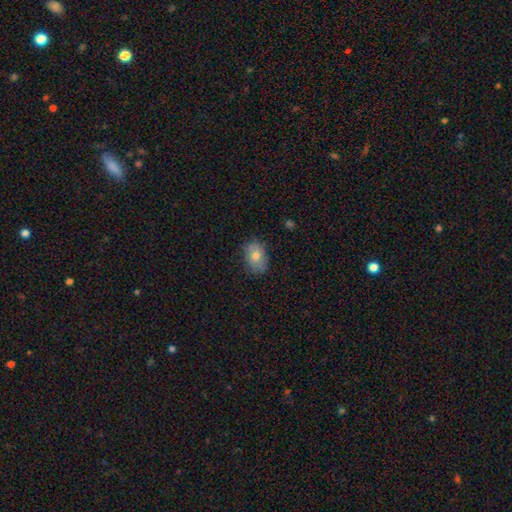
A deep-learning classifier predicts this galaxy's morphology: Q: Smooth or featured?
A: smooth (74%); runner-up: featured or disk (18%)
Q: How rounded?
A: in between (75%); runner-up: round (23%)
Q: Merging?
A: none (81%); runner-up: minor disturbance (15%)